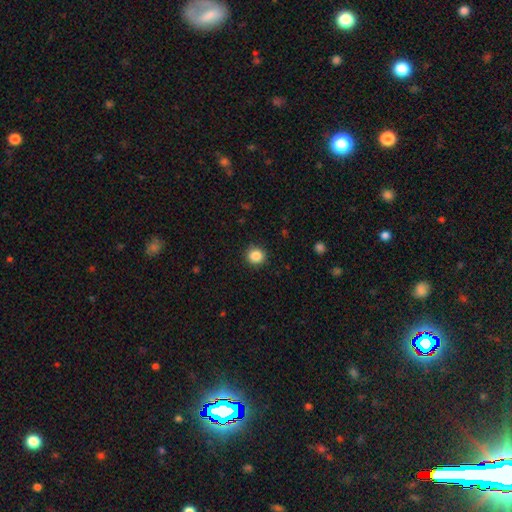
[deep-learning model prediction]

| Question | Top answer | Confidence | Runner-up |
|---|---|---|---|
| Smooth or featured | smooth | 86% | star or artifact (10%) |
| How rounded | round | 91% | in between (8%) |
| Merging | none | 91% | minor disturbance (6%) |